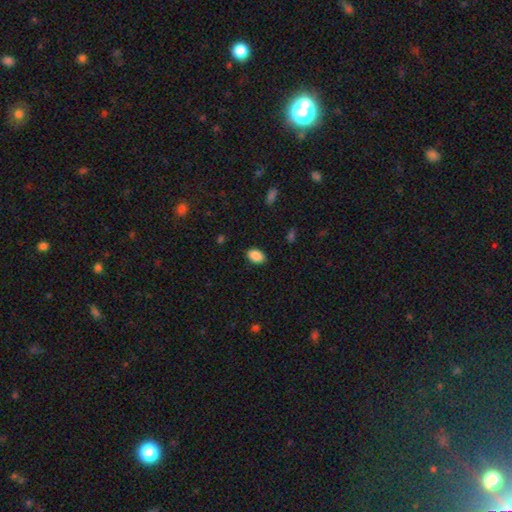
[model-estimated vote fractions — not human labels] This appears to be a smooth galaxy with no disk features (89%) that is in between round and cigar-shaped (90%). Merging: none (87%).